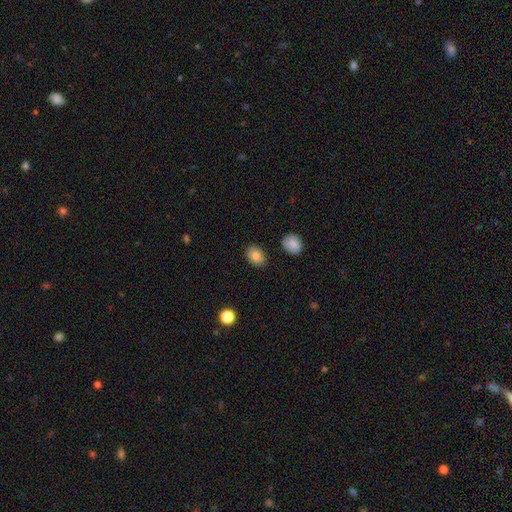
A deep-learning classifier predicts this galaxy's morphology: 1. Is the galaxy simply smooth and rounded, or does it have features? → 84% smooth, 9% star or artifact, 7% featured or disk.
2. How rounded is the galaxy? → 71% in between, 28% round, 1% cigar-shaped.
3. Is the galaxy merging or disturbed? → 87% none, 9% minor disturbance, 2% major disturbance, 2% merger.